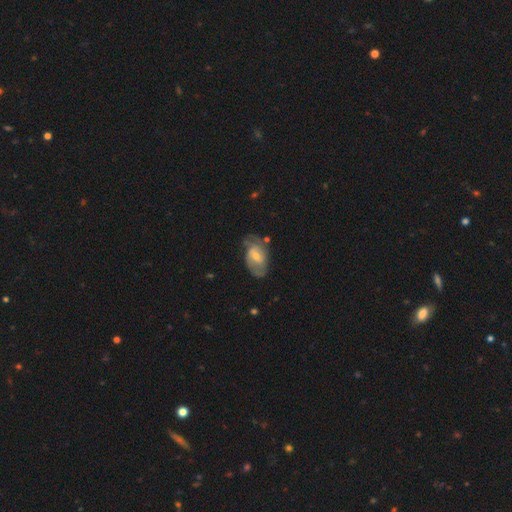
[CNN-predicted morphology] This is likely a featured or disk galaxy (65%). It is clearly not viewed edge-on (95%). Bar: possibly weak (47%). Spiral arm pattern: clearly yes (81%). Spiral arm count: possibly 2 (54%). Spiral winding: marginally tight (44%). Central bulge: possibly moderate (50%). Merging: likely none (61%).